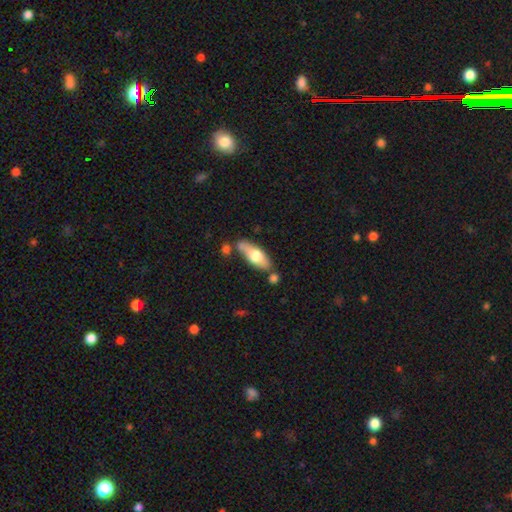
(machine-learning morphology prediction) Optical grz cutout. It shows a smooth galaxy with no disk features (57%) that is in between round and cigar-shaped (62%). Merging: none (69%).